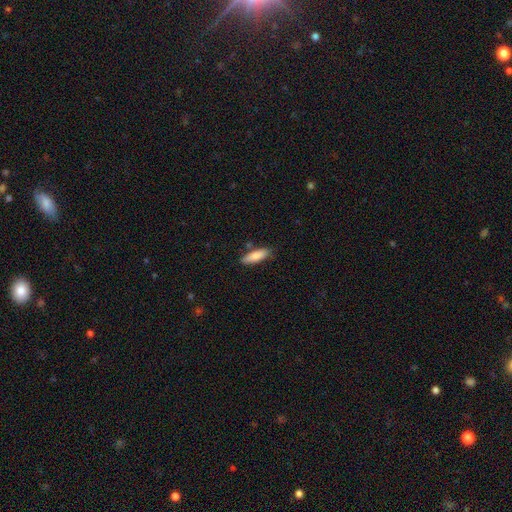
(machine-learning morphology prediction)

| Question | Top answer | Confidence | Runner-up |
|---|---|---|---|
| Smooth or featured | smooth | 85% | featured or disk (9%) |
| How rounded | in between | 52% | cigar-shaped (47%) |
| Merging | none | 80% | minor disturbance (14%) |